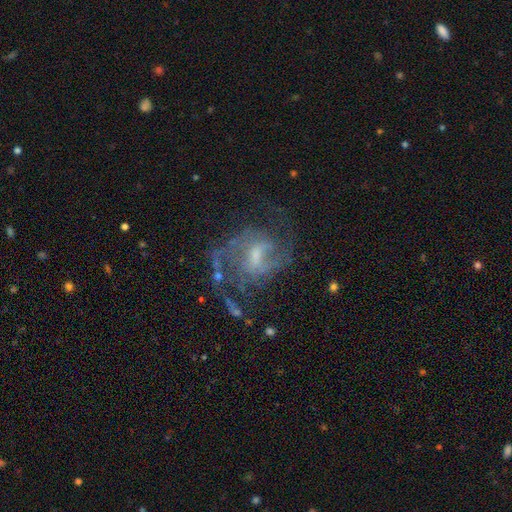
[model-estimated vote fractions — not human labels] A featured or disk galaxy (83%) with a weak bar (57%), 2 (60%) medium (53%) spiral arms (94%) and a small central bulge (45%).

Vote fractions:
- Smooth or featured? featured or disk: 83% / star or artifact: 10% / smooth: 7%
- Edge-on disk? no: 97% / yes: 3%
- Bar? weak: 57% / no: 24% / strong: 19%
- Spiral arms? yes: 94% / no: 6%
- Spiral winding? medium: 53% / loose: 25% / tight: 23%
- Spiral arm count? 2: 60% / can't tell: 15% / 3: 13% / 1: 5% / 4: 4% / more than 4: 3%
- Bulge size? small: 45% / moderate: 38% / none: 12% / large: 5% / dominant: 1%
- Merging? none: 61% / major disturbance: 18% / minor disturbance: 17% / merger: 4%